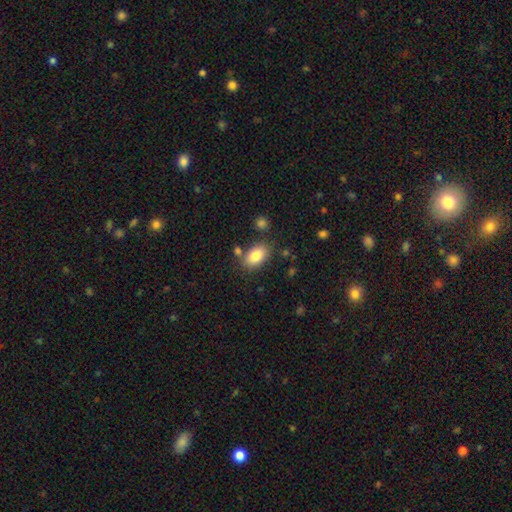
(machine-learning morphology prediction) type=smooth (84%); roundness=in between (91%); merging=none (76%).